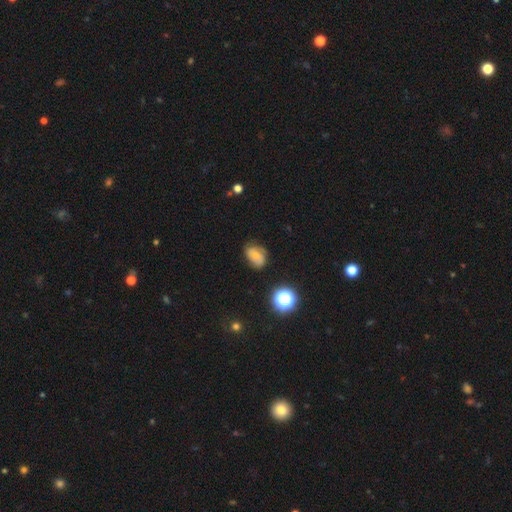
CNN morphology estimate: The model was most divided on "smooth or featured": smooth: 52%, featured or disk: 34%, star or artifact: 14%. More confident: how rounded — in between (71%); merging — none (62%).